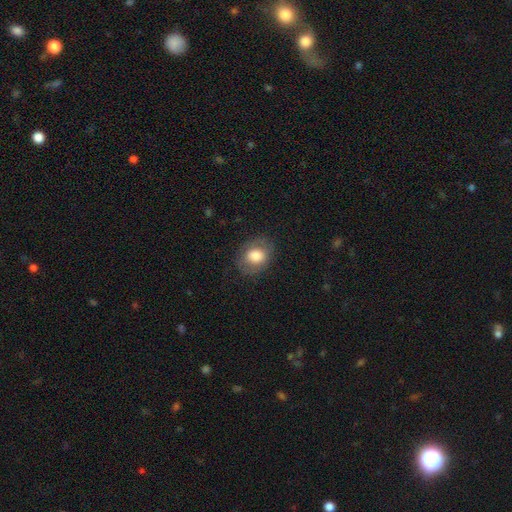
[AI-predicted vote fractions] This appears to be a smooth galaxy with no disk features (75%) that is in between round and cigar-shaped (57%). Merging: none (78%).